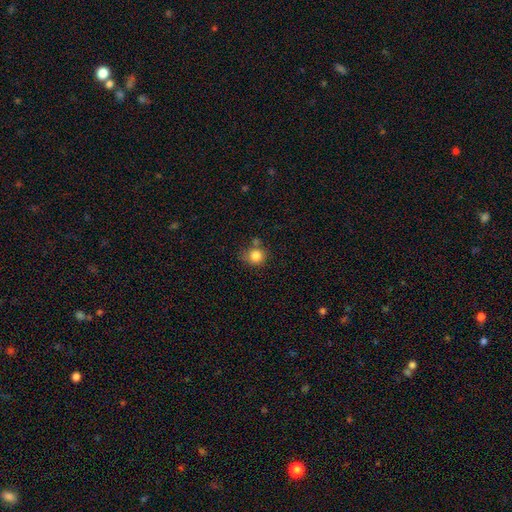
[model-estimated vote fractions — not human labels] The model was most divided on "merging": none: 61%, minor disturbance: 19%, merger: 14%, major disturbance: 6%. More confident: smooth or featured — smooth (84%); how rounded — round (84%).